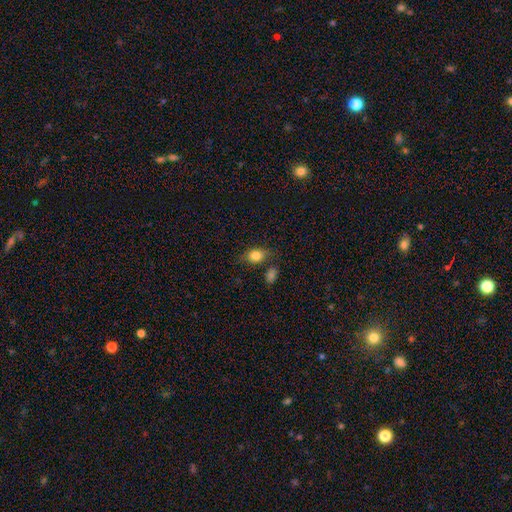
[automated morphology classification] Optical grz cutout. It shows a smooth galaxy with no disk features (81%) that is in between round and cigar-shaped (70%). Merging: none (67%).